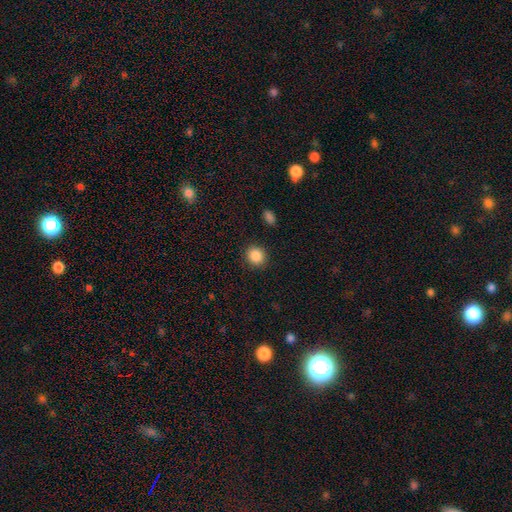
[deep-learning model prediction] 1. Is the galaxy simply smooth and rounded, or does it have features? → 88% smooth, 9% star or artifact, 3% featured or disk.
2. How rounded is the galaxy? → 86% round, 13% in between, 1% cigar-shaped.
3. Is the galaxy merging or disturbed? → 90% none, 6% minor disturbance, 2% major disturbance, 1% merger.